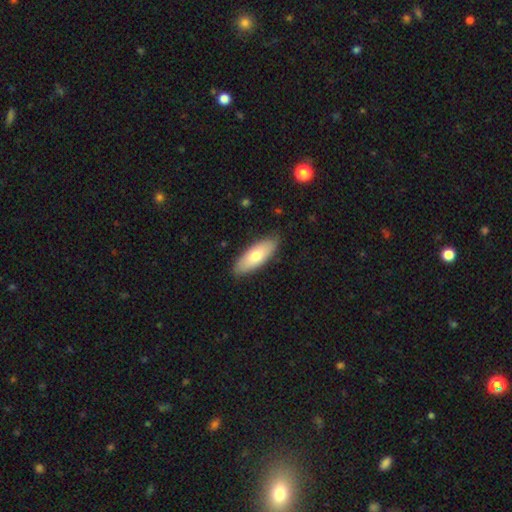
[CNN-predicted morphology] Overall: smooth (71%). How rounded: in between (72%). Merging: none (86%).